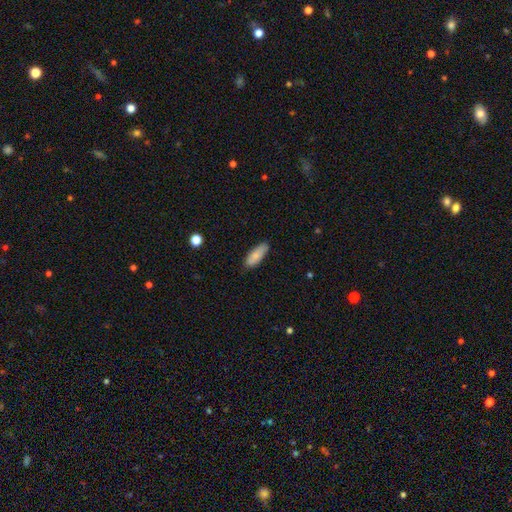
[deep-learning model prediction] smooth 84%, featured or disk 10%, star or artifact 6%. Down the decision tree: how rounded — in between (70%); merging — none (82%).